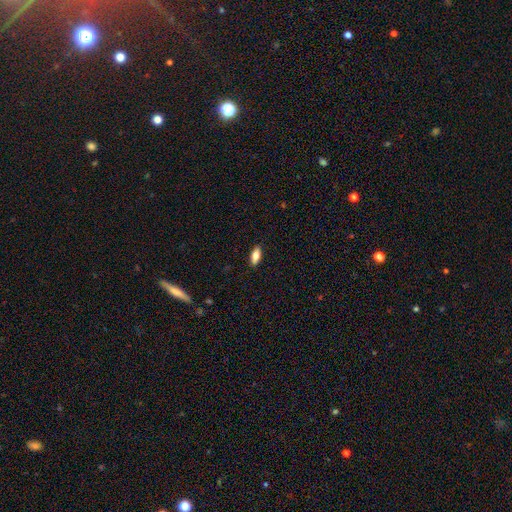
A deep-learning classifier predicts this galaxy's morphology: This is likely a smooth galaxy (75%). How rounded: clearly in between (82%). Merging: clearly none (89%).